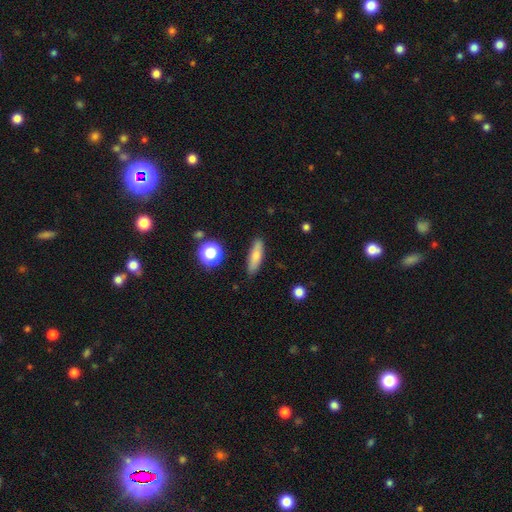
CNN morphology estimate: smooth-or-featured: smooth: 73% | featured or disk: 18% | star or artifact: 9%
  how-rounded: cigar-shaped: 61% | in between: 35% | round: 4%
  merging: none: 86% | minor disturbance: 10% | major disturbance: 2% | merger: 2%